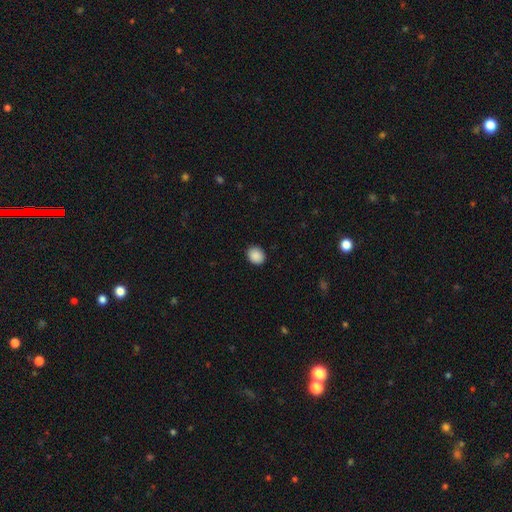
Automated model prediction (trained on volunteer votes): The model was most divided on "how rounded": round: 60%, in between: 39%, cigar-shaped: 1%. More confident: merging — none (90%); smooth or featured — smooth (90%).